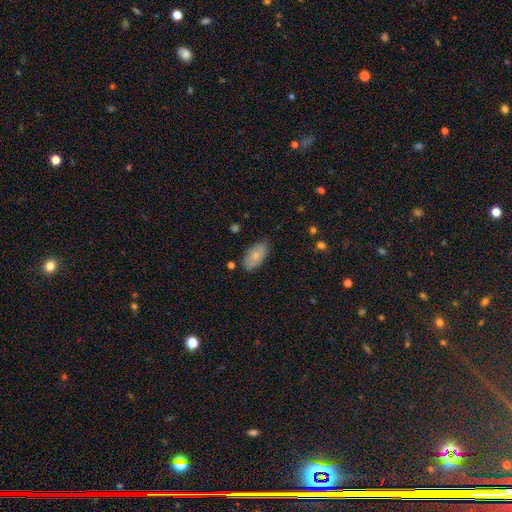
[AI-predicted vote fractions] Smooth or featured: smooth — 72% (featured or disk — 21%)
How rounded: in between — 93% (round — 4%)
Merging: none — 71% (minor disturbance — 23%)